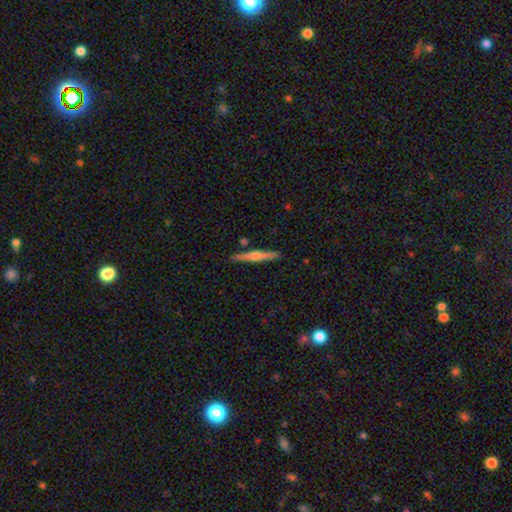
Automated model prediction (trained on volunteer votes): This appears to be a featured or disk galaxy (66%) viewed edge-on (98%) with a rounded central bulge (86%). Merging: none (88%).